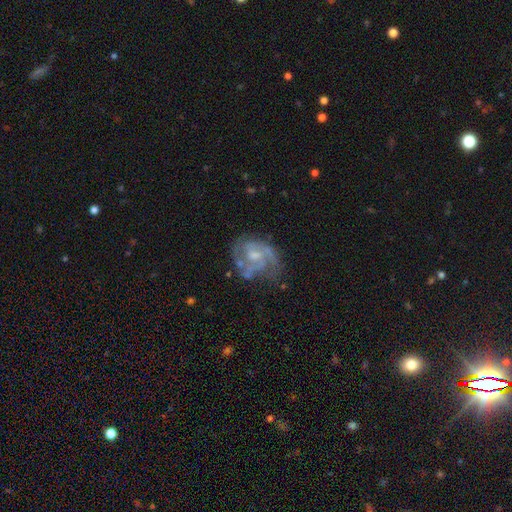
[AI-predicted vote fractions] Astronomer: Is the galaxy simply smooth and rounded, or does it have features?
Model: featured or disk — 79%.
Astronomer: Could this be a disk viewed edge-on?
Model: no — 98%.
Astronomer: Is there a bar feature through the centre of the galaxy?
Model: no — 50% (runner-up: weak, 43%).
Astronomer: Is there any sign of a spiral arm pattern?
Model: yes — 84%.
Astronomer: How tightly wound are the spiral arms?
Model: medium — 46% (runner-up: tight, 37%).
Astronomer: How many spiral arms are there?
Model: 2 — 45% (runner-up: can't tell, 26%).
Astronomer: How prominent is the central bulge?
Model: moderate — 45% (runner-up: small, 37%).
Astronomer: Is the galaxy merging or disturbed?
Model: none — 49% (runner-up: minor disturbance, 25%).